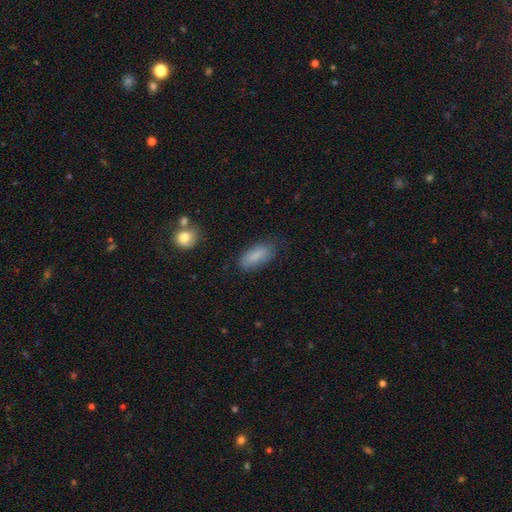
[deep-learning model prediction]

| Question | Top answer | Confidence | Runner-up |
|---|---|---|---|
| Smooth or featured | smooth | 84% | featured or disk (8%) |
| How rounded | in between | 79% | cigar-shaped (18%) |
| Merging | none | 72% | minor disturbance (20%) |